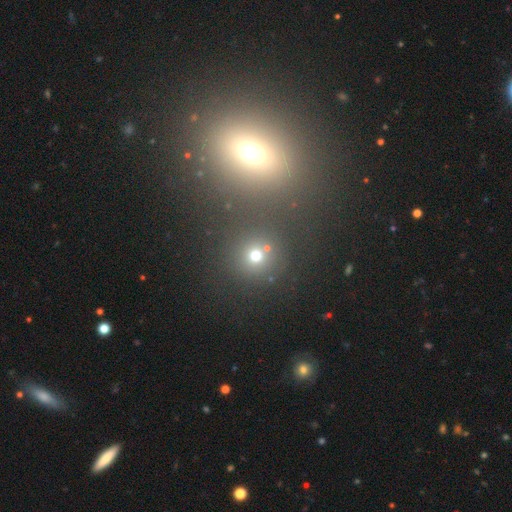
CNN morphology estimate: smooth_or_featured: smooth (p=0.65) [alt: star or artifact p=0.27]
how_rounded: round (p=0.92) [alt: in between p=0.07]
merging: none (p=0.75) [alt: merger p=0.12]